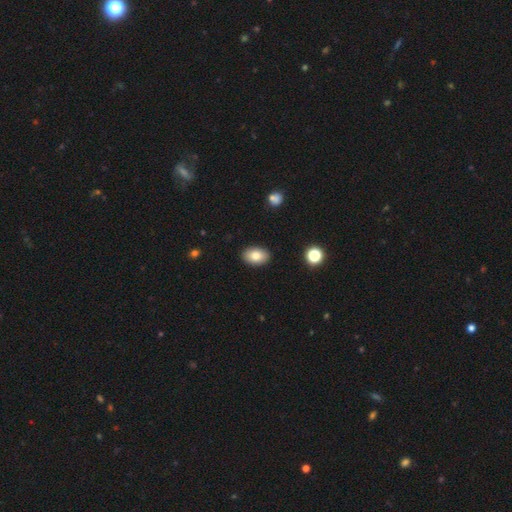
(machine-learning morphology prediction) This appears to be a smooth galaxy with no disk features (81%) that is in between round and cigar-shaped (88%). Merging: none (89%).